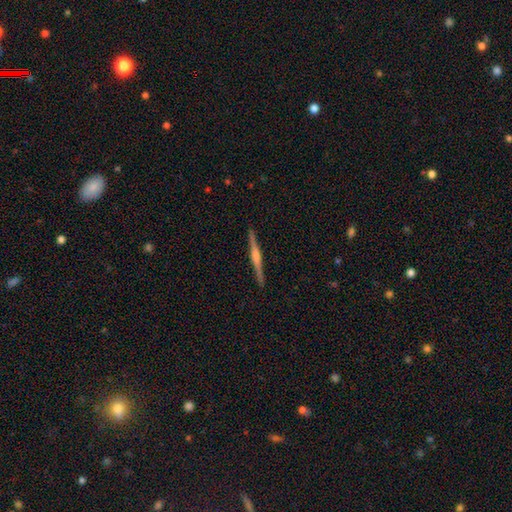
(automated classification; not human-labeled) Smooth or featured: featured or disk — 75% (smooth — 18%)
Edge-on disk: yes — 98% (no — 2%)
Edge-on bulge: rounded — 77% (none — 15%)
Merging: none — 91% (minor disturbance — 7%)